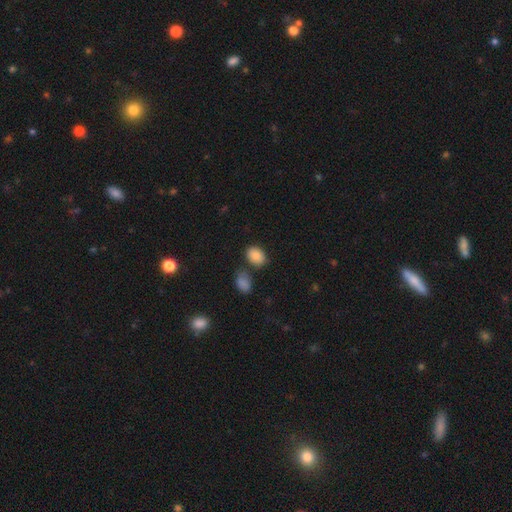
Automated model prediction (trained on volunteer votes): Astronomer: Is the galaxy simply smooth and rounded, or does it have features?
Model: smooth — 87%.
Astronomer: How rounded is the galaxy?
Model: in between — 75%.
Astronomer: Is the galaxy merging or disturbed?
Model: none — 64%.